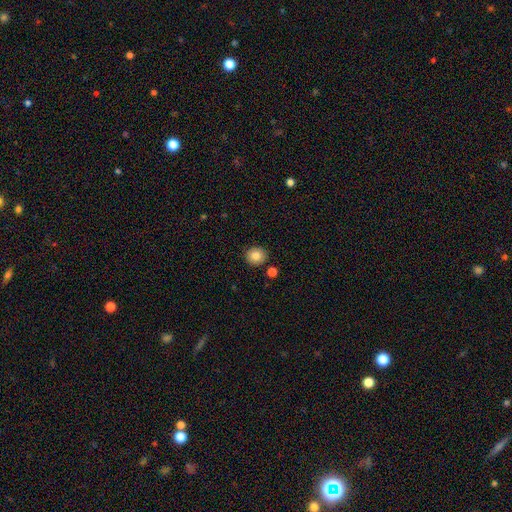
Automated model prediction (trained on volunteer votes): smooth_or_featured: smooth (p=0.84) [alt: star or artifact p=0.10]
how_rounded: round (p=0.88) [alt: in between p=0.11]
merging: none (p=0.88) [alt: minor disturbance p=0.06]